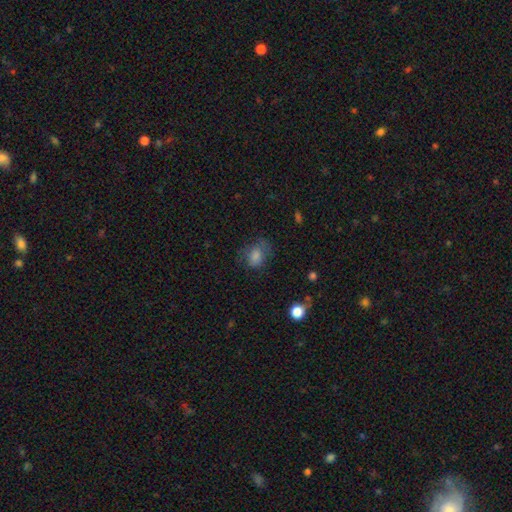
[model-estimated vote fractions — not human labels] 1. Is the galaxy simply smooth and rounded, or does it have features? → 71% smooth, 15% star or artifact, 14% featured or disk.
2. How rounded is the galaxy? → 54% in between, 45% round, 1% cigar-shaped.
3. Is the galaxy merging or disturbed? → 57% none, 25% minor disturbance, 17% major disturbance, 2% merger.